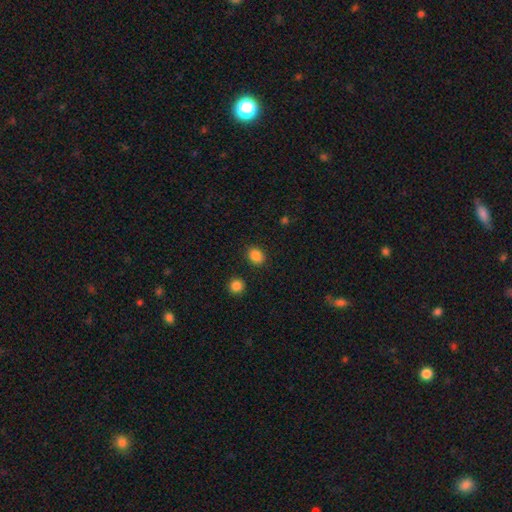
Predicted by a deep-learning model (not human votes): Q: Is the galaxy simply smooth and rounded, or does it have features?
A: smooth — 86%.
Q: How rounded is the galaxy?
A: round — 55%.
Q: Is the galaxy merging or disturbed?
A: none — 88%.